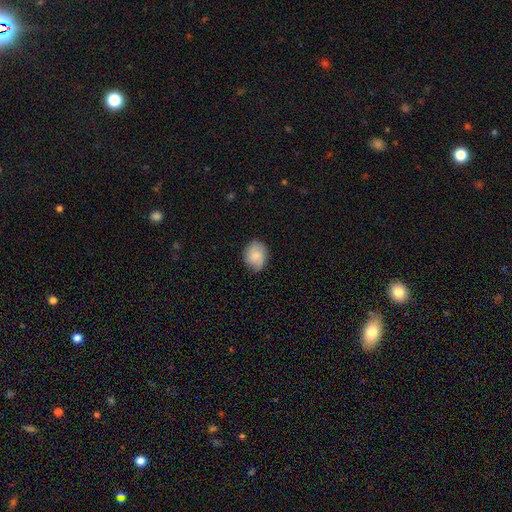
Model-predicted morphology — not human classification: A smooth galaxy with no disk features (77%) that is round (50%). Merging: none (74%).